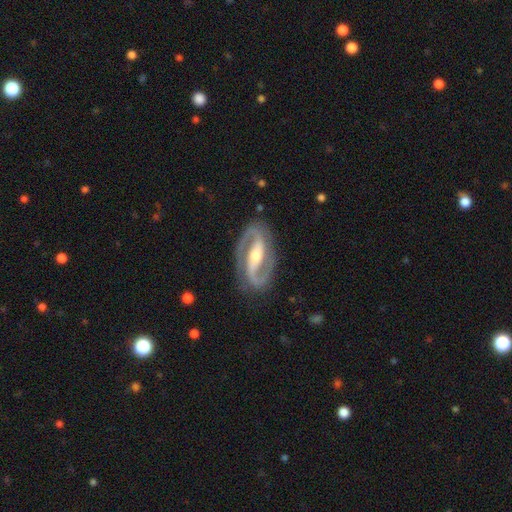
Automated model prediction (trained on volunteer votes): A featured or disk galaxy (92%) with a strong bar (61%), 2 (94%) medium (56%) spiral arms (97%) and a moderate central bulge (64%).

Vote fractions:
- Smooth or featured? featured or disk: 92% / smooth: 4% / star or artifact: 3%
- Edge-on disk? no: 96% / yes: 4%
- Bar? strong: 61% / weak: 25% / no: 14%
- Spiral arms? yes: 97% / no: 3%
- Spiral winding? medium: 56% / tight: 29% / loose: 14%
- Spiral arm count? 2: 94% / can't tell: 2% / 1: 1% / 3: 1% / 4: 1% / more than 4: 1%
- Bulge size? moderate: 64% / small: 27% / large: 7% / none: 1% / dominant: 1%
- Merging? none: 86% / minor disturbance: 10% / major disturbance: 3% / merger: 1%